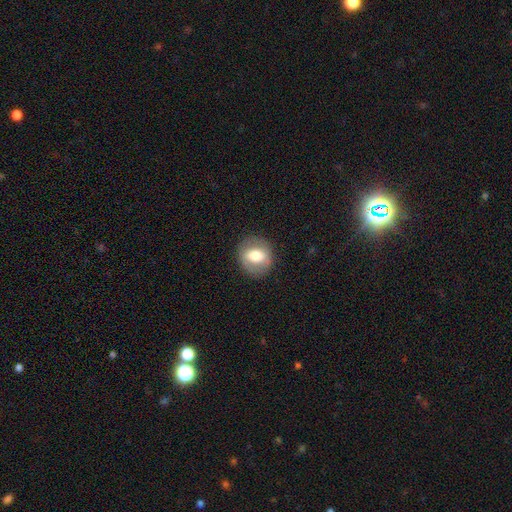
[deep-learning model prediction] A smooth galaxy with no disk features (58%) that is round (70%).

Vote fractions:
- Smooth or featured? smooth: 58% / featured or disk: 35% / star or artifact: 8%
- How rounded? round: 70% / in between: 29% / cigar-shaped: 1%
- Merging? none: 85% / minor disturbance: 10% / major disturbance: 4% / merger: 1%